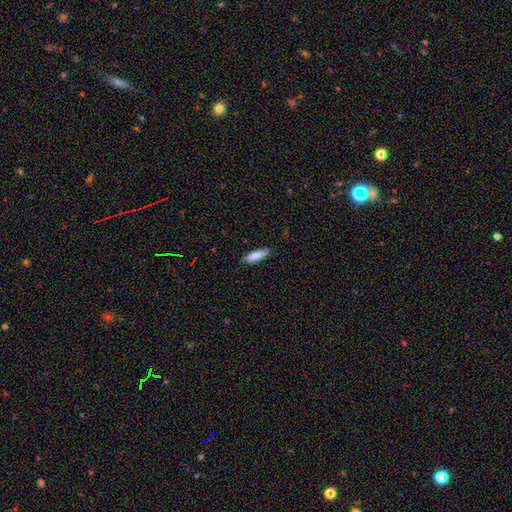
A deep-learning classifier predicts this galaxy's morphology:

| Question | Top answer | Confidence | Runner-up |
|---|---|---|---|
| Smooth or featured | smooth | 84% | featured or disk (10%) |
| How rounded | cigar-shaped | 71% | in between (28%) |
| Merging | none | 86% | minor disturbance (11%) |